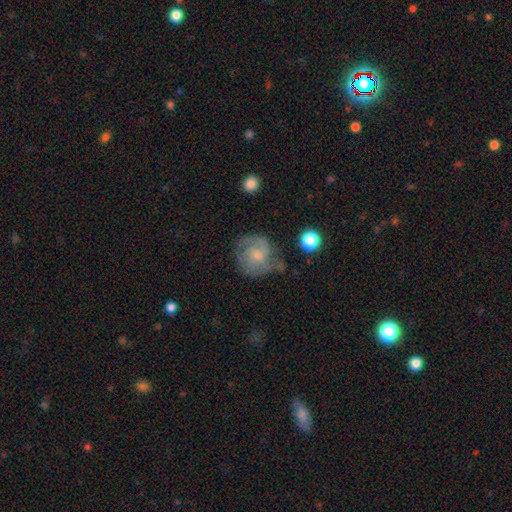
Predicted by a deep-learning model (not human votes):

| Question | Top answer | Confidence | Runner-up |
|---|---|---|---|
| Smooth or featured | featured or disk | 63% | smooth (29%) |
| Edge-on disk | no | 97% | yes (3%) |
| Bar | no | 68% | weak (28%) |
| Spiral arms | yes | 88% | no (12%) |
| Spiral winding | tight | 43% | medium (41%) |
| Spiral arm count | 2 | 54% | can't tell (22%) |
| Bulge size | small | 55% | moderate (34%) |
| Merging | none | 59% | minor disturbance (25%) |